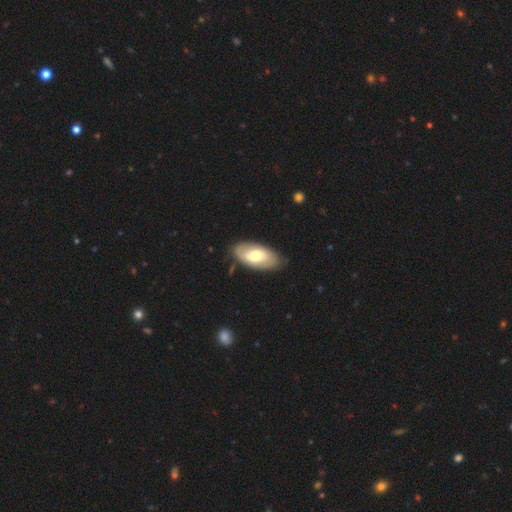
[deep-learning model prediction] smooth_or_featured: smooth (p=0.49) [alt: featured or disk p=0.47]
merging: none (p=0.82) [alt: minor disturbance p=0.13]